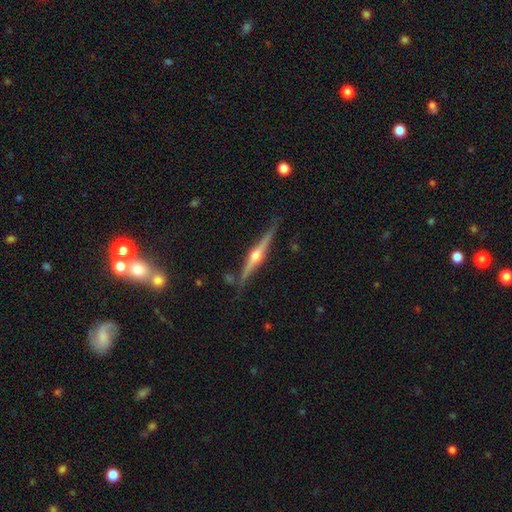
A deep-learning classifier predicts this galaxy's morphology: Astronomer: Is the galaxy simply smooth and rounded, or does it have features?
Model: featured or disk — 82%.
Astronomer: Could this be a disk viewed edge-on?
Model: yes — 98%.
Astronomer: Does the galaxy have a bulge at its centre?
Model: rounded — 95%.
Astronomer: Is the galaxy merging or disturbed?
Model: none — 84%.